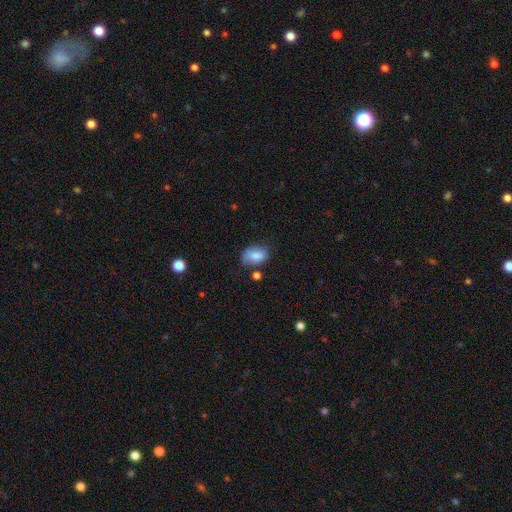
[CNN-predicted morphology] Q: Smooth or featured?
A: smooth (83%); runner-up: featured or disk (9%)
Q: How rounded?
A: in between (84%); runner-up: round (15%)
Q: Merging?
A: none (58%); runner-up: minor disturbance (29%)